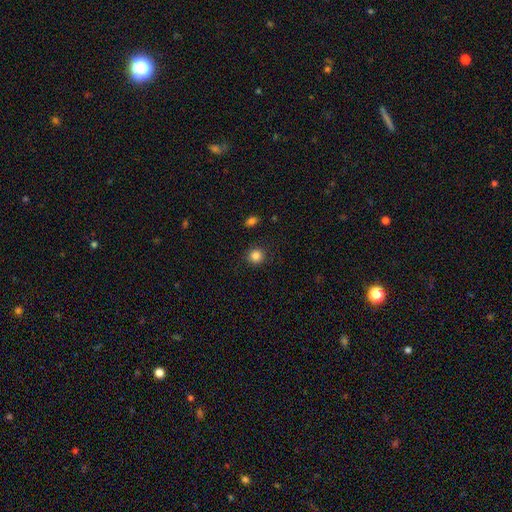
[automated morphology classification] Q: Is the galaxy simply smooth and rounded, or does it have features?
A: smooth — 85%.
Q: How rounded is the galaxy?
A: round — 92%.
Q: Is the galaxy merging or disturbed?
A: none — 90%.